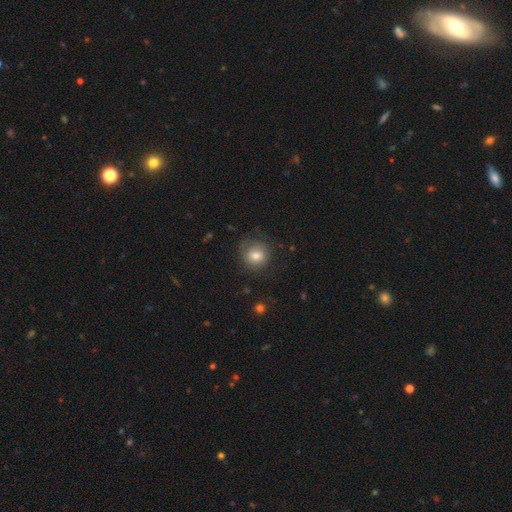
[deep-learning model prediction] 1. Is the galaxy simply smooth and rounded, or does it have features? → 76% smooth, 15% featured or disk, 9% star or artifact.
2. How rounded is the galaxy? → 84% round, 16% in between, 1% cigar-shaped.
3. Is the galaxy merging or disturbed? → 71% none, 19% minor disturbance, 8% major disturbance, 1% merger.